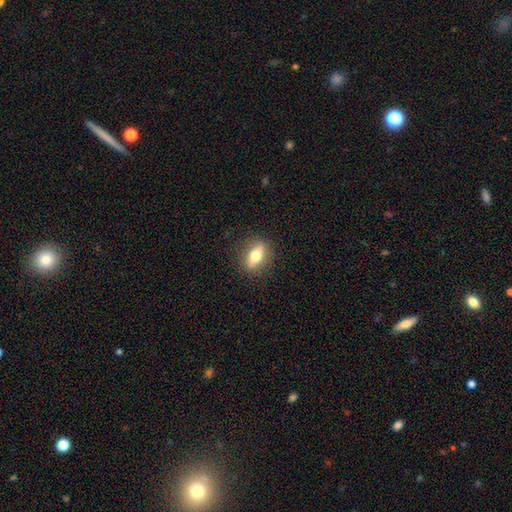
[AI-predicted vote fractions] A smooth galaxy with no disk features (59%) that is in between round and cigar-shaped (67%). Merging: none (86%).